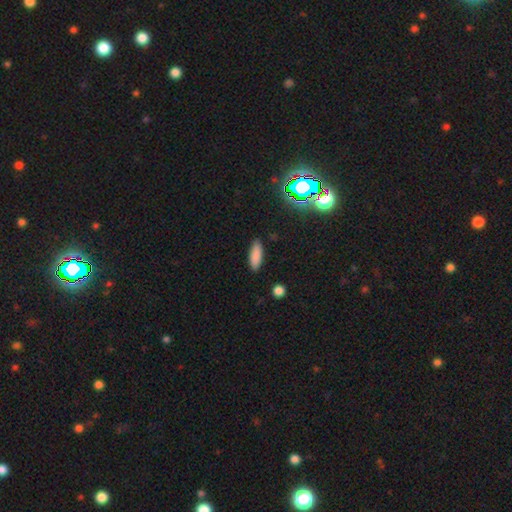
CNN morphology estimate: Smooth or featured? smooth (85%)
How rounded? in between (60%)
Merging? none (86%)